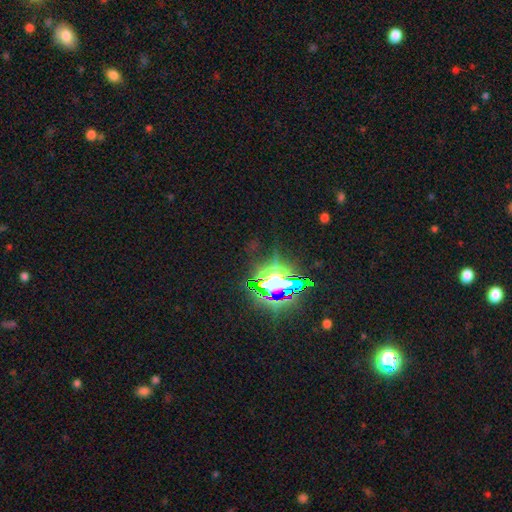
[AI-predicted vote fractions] Smooth or featured? star or artifact (84%)